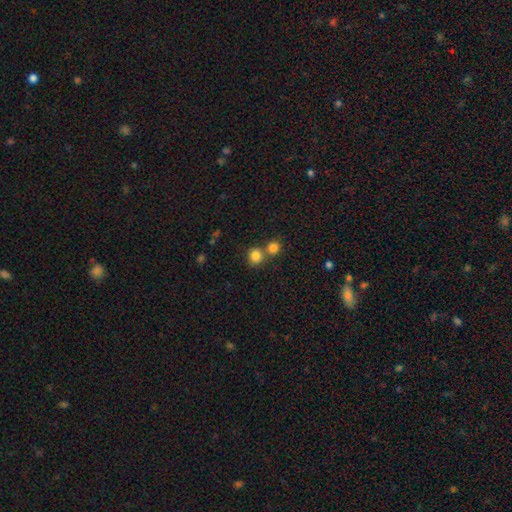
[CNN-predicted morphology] A smooth galaxy with no disk features (82%) that is round (87%). Merging: none (54%).